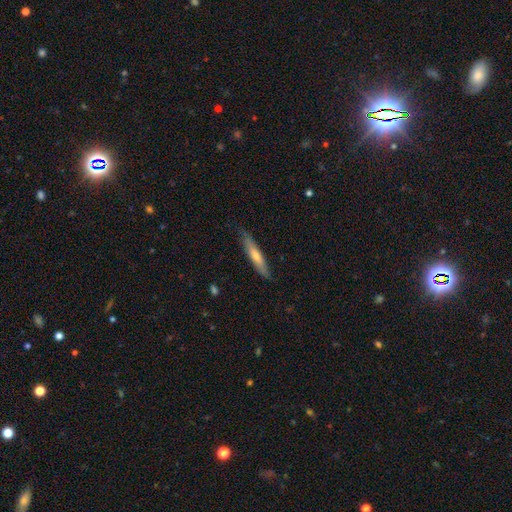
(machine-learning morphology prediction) Smooth or featured: smooth — 55% (featured or disk — 39%)
How rounded: cigar-shaped — 91% (in between — 8%)
Merging: none — 83% (minor disturbance — 14%)